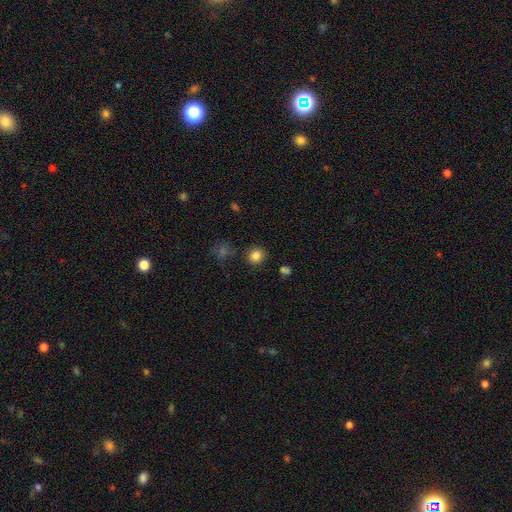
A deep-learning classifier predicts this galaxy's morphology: smooth 83%, star or artifact 12%, featured or disk 5%. Down the decision tree: how rounded — round (87%); merging — none (87%).